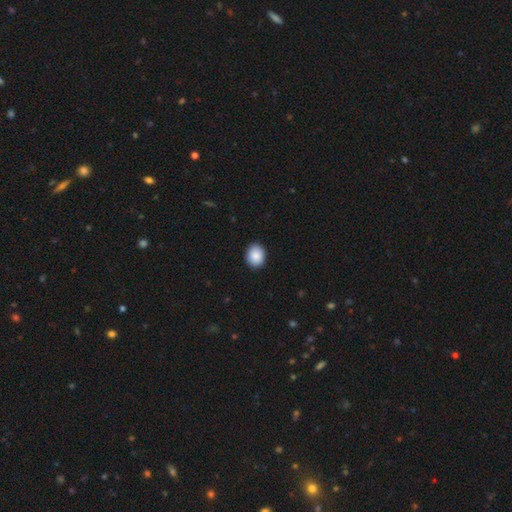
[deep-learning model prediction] smooth_or_featured: smooth (p=0.88) [alt: star or artifact p=0.07]
how_rounded: in between (p=0.53) [alt: round p=0.47]
merging: none (p=0.90) [alt: minor disturbance p=0.07]